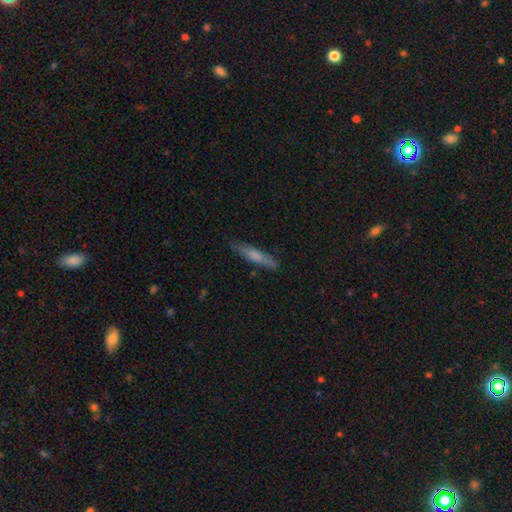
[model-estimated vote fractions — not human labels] Smooth or featured? Predicted: smooth (p=0.67). How rounded? Predicted: cigar-shaped (p=0.87). Merging? Predicted: none (p=0.82).